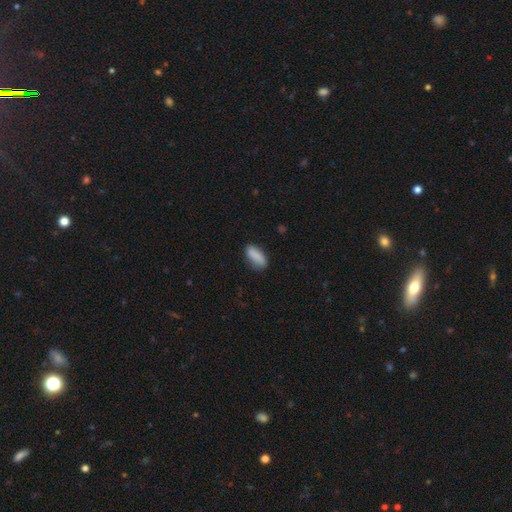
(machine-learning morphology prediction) This appears to be a smooth galaxy with no disk features (86%) that is in between round and cigar-shaped (78%). Merging: none (77%).